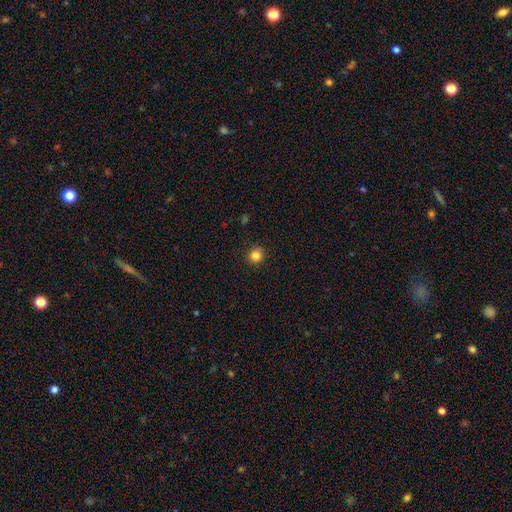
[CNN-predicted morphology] This is clearly a smooth galaxy (84%). How rounded: clearly round (91%). Merging: clearly none (90%).